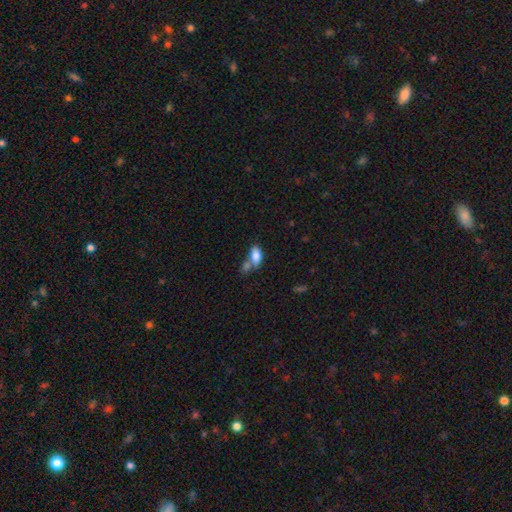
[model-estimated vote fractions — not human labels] Morphology: type=smooth (81%); roundness=in between (90%); merging=merger (42%).